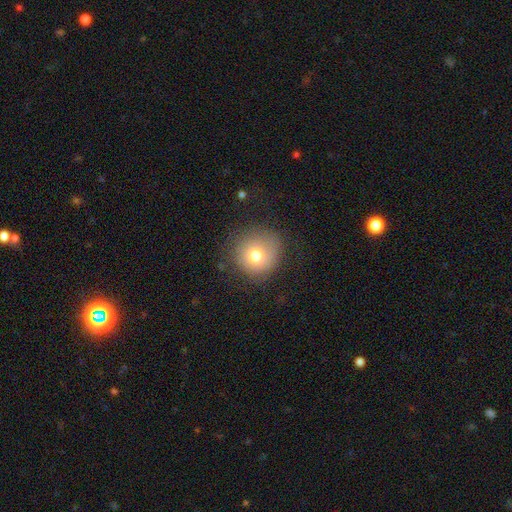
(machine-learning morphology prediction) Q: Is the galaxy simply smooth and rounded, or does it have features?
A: smooth — 73%.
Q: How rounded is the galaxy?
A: round — 91%.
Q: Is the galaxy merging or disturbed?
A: none — 78%.